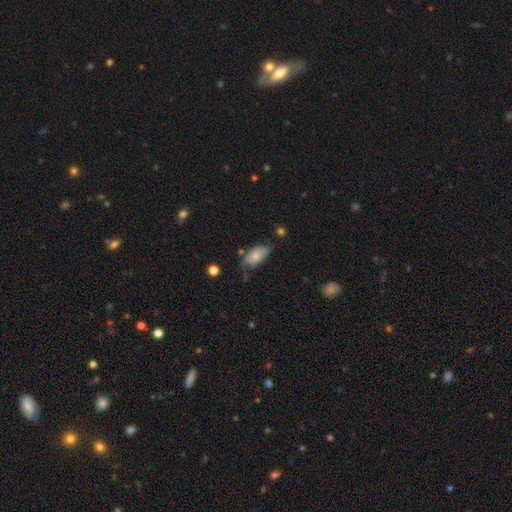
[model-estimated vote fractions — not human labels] The model was most divided on "merging": none: 53%, minor disturbance: 34%, major disturbance: 9%, merger: 4%. More confident: how rounded — in between (92%); smooth or featured — smooth (74%).